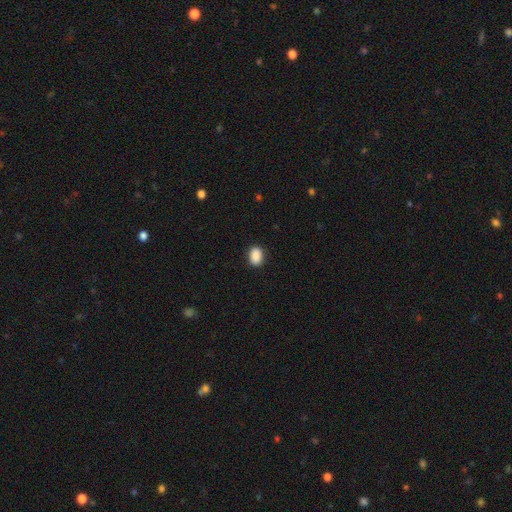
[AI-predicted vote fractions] Smooth or featured? smooth (90%)
How rounded? in between (79%)
Merging? none (88%)